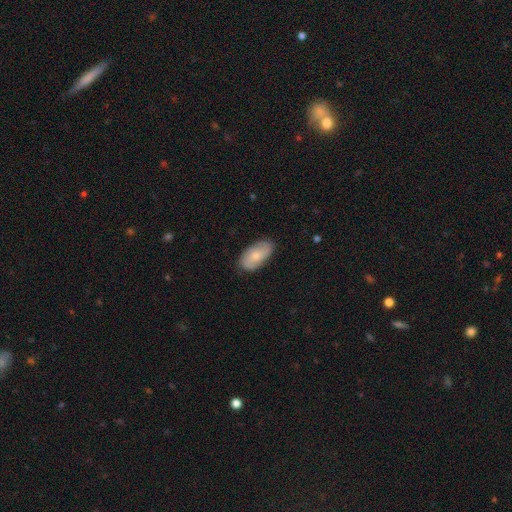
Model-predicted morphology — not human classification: type=smooth (65%); roundness=in between (94%); merging=none (82%).